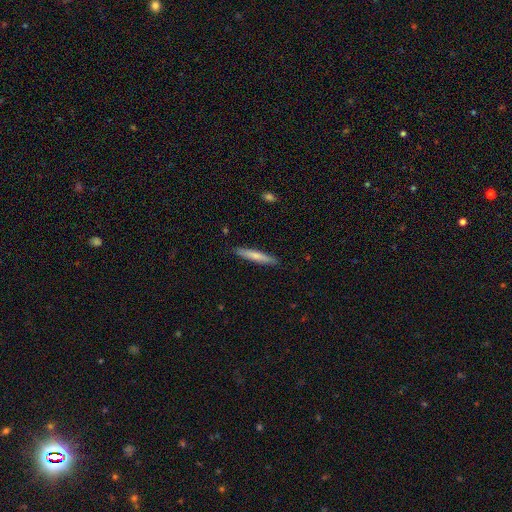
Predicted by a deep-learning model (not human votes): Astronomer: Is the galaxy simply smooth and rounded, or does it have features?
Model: smooth — 69%.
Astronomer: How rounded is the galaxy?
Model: cigar-shaped — 93%.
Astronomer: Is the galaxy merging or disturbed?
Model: none — 89%.